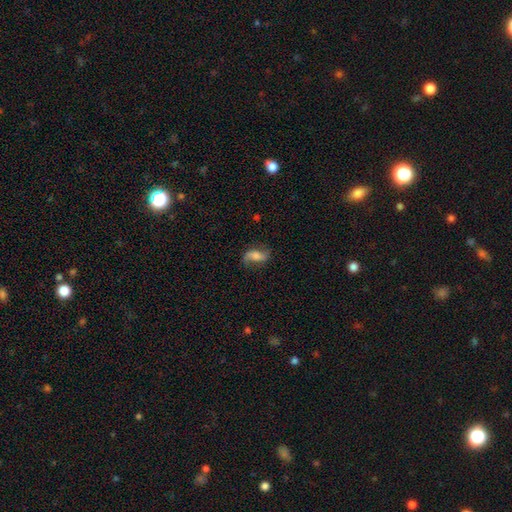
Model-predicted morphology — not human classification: Q: Smooth or featured?
A: featured or disk (49%); runner-up: smooth (42%)
Q: Merging?
A: none (72%); runner-up: minor disturbance (19%)